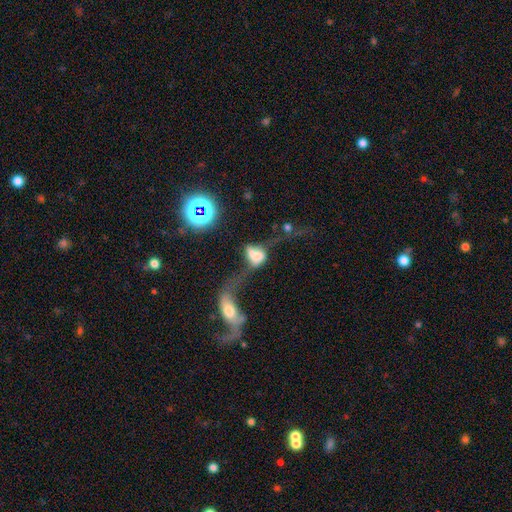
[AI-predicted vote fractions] Smooth or featured: smooth — 45% (featured or disk — 41%)
Merging: merger — 52% (major disturbance — 28%)